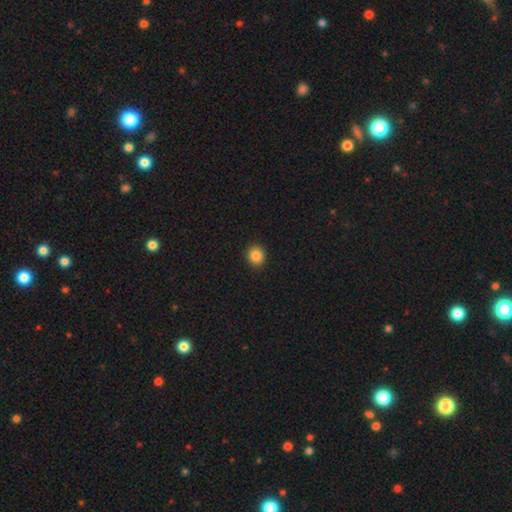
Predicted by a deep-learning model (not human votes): smooth 86%, star or artifact 10%, featured or disk 4%. Down the decision tree: how rounded — round (77%); merging — none (91%).